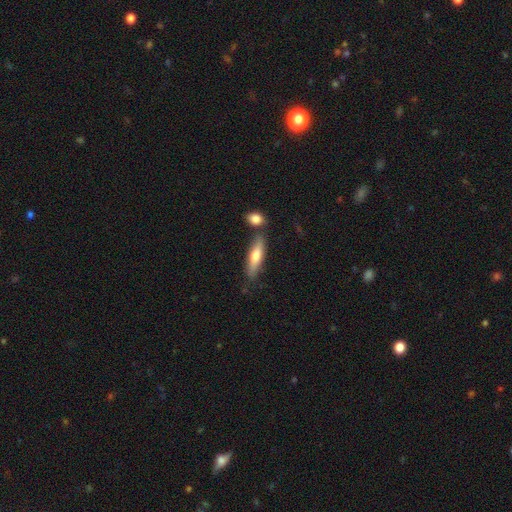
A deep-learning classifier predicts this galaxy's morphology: Smooth or featured? smooth (65%)
How rounded? cigar-shaped (67%)
Merging? none (70%)